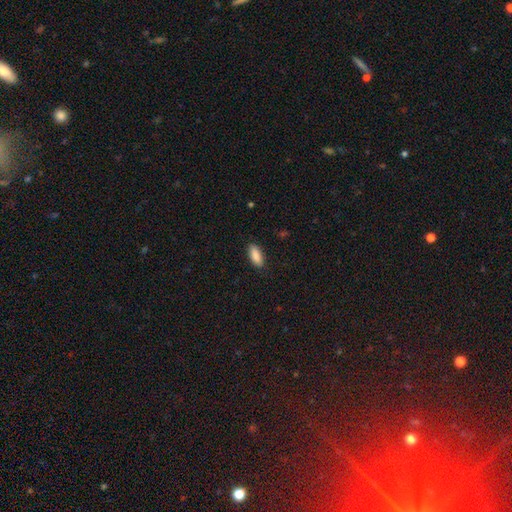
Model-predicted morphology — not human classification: smooth-or-featured: smooth: 89% | star or artifact: 6% | featured or disk: 5%
  how-rounded: in between: 84% | cigar-shaped: 14% | round: 2%
  merging: none: 88% | minor disturbance: 9% | major disturbance: 2% | merger: 1%